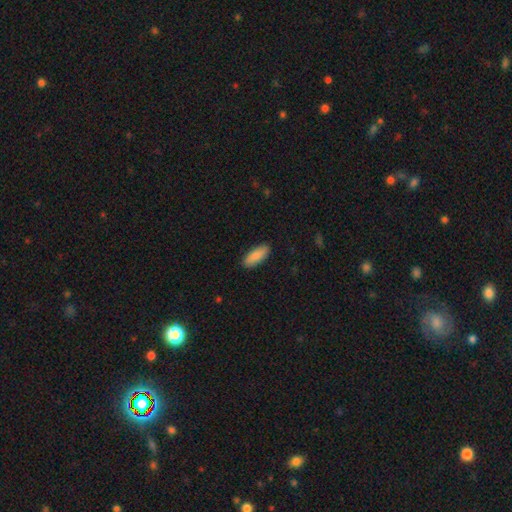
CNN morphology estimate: A smooth galaxy with no disk features (88%) that is in between round and cigar-shaped (77%).

Vote fractions:
- Smooth or featured? smooth: 88% / featured or disk: 7% / star or artifact: 6%
- How rounded? in between: 77% / cigar-shaped: 22% / round: 2%
- Merging? none: 89% / minor disturbance: 8% / major disturbance: 2% / merger: 1%